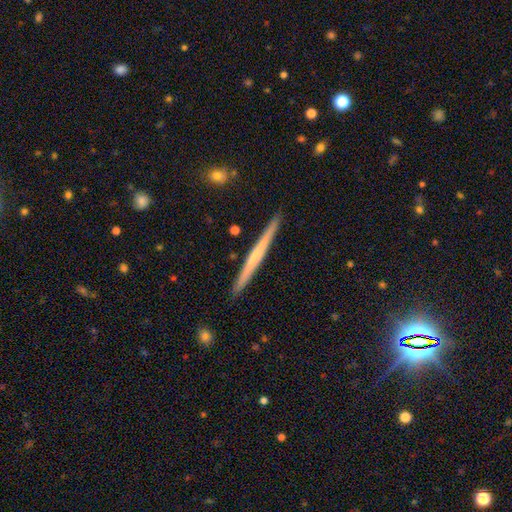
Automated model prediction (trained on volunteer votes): This appears to be a featured or disk galaxy (52%) viewed edge-on (98%) with no central bulge (81%). Merging: none (92%).